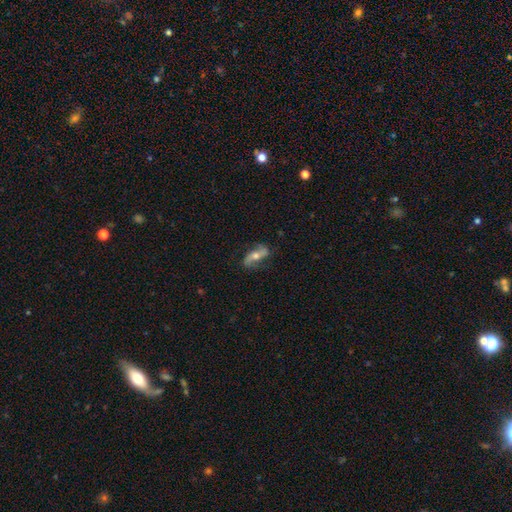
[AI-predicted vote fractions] A featured or disk galaxy (71%) with no bar (48%), 2 (91%) loose (73%) spiral arms (90%) and a moderate central bulge (65%).

Vote fractions:
- Smooth or featured? featured or disk: 71% / smooth: 22% / star or artifact: 7%
- Edge-on disk? no: 88% / yes: 12%
- Bar? no: 48% / weak: 28% / strong: 24%
- Spiral arms? yes: 90% / no: 10%
- Spiral winding? loose: 73% / medium: 20% / tight: 8%
- Spiral arm count? 2: 91% / can't tell: 3% / 1: 2% / 3: 1% / 4: 1% / more than 4: 1%
- Bulge size? moderate: 65% / small: 24% / large: 7% / none: 2% / dominant: 1%
- Merging? none: 75% / minor disturbance: 17% / major disturbance: 6% / merger: 2%